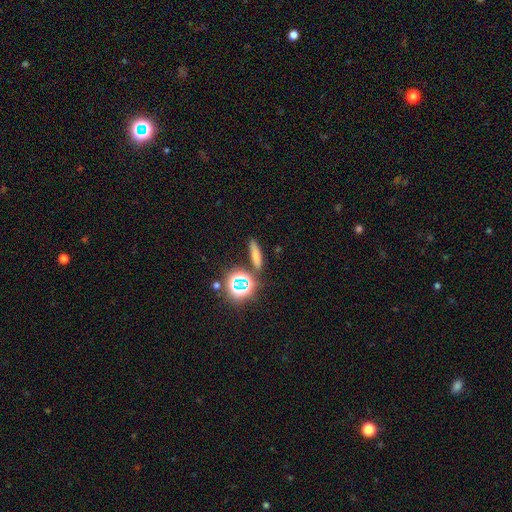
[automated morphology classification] smooth-or-featured: smooth: 66% | star or artifact: 23% | featured or disk: 11%
  how-rounded: cigar-shaped: 70% | in between: 21% | round: 8%
  merging: none: 81% | minor disturbance: 9% | merger: 6% | major disturbance: 3%